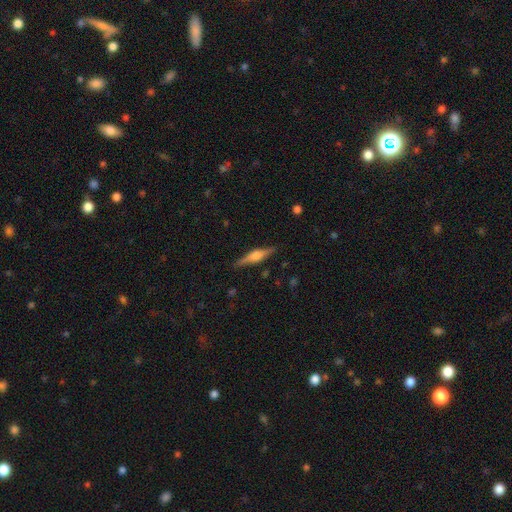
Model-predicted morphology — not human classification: The model was most divided on "smooth or featured": featured or disk: 67%, smooth: 26%, star or artifact: 7%. More confident: edge-on disk — yes (97%); merging — none (87%); edge-on bulge — rounded (71%).